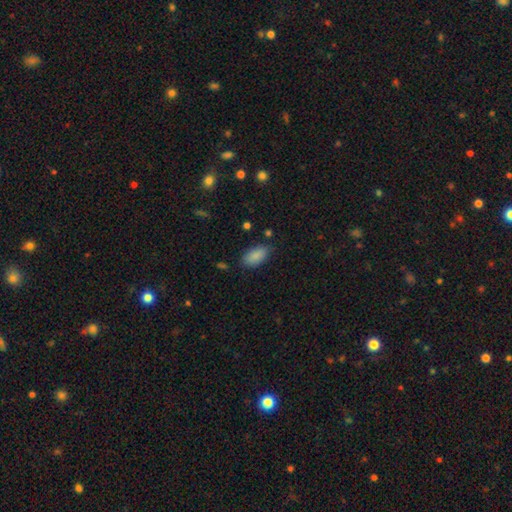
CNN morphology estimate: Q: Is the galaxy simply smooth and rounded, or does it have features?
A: smooth — 88%.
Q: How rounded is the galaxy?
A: in between — 93%.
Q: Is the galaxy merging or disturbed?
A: none — 80%.